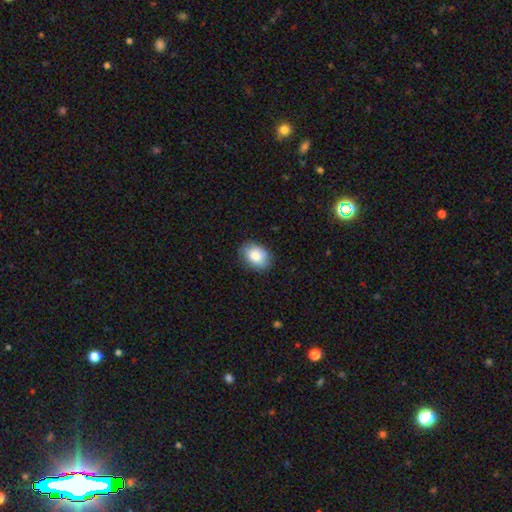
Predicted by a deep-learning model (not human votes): Q: Smooth or featured?
A: smooth (86%); runner-up: featured or disk (8%)
Q: How rounded?
A: in between (73%); runner-up: round (26%)
Q: Merging?
A: none (82%); runner-up: minor disturbance (14%)